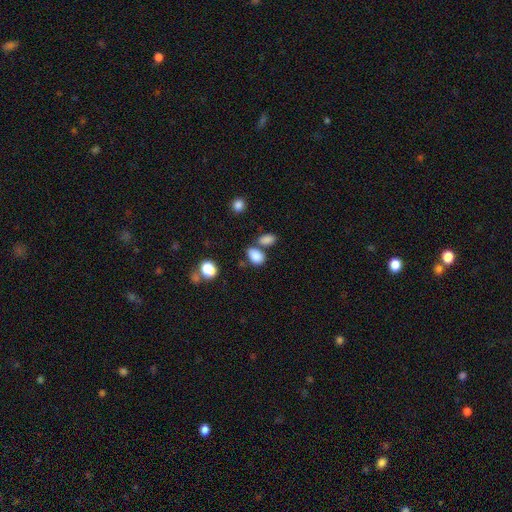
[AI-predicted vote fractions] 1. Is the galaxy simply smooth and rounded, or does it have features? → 84% smooth, 10% star or artifact, 5% featured or disk.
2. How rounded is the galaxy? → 82% in between, 17% round, 1% cigar-shaped.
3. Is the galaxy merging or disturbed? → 53% none, 27% merger, 15% minor disturbance, 5% major disturbance.